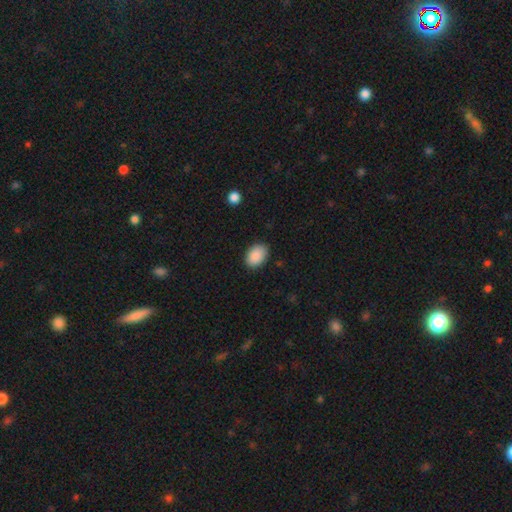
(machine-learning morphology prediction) smooth 90%, star or artifact 7%, featured or disk 4%. Down the decision tree: how rounded — in between (84%); merging — none (87%).